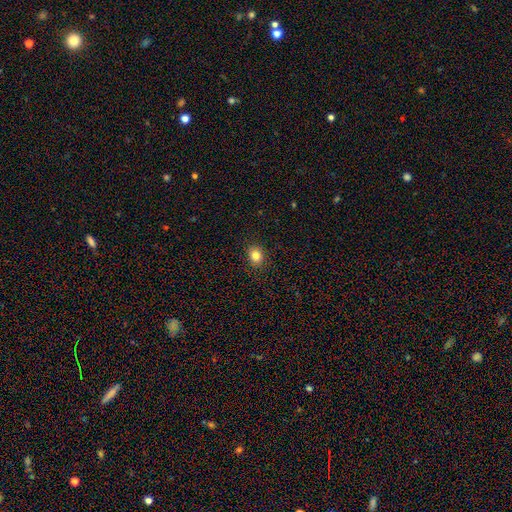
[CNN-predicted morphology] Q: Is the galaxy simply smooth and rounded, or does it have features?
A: smooth — 84%.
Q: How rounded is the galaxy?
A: round — 58%.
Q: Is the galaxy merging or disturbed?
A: none — 90%.